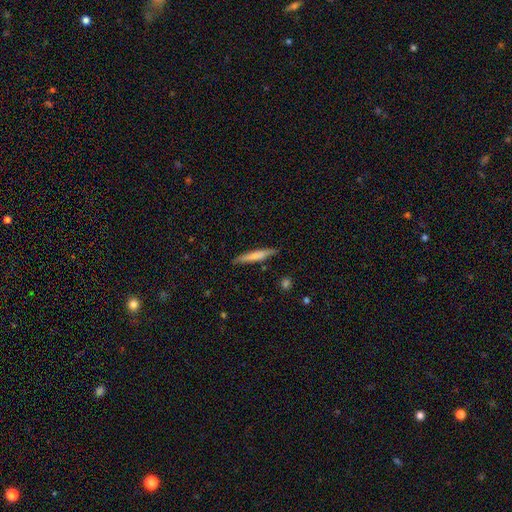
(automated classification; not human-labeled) A smooth galaxy with no disk features (66%) that is cigar-shaped (94%). Merging: none (86%).